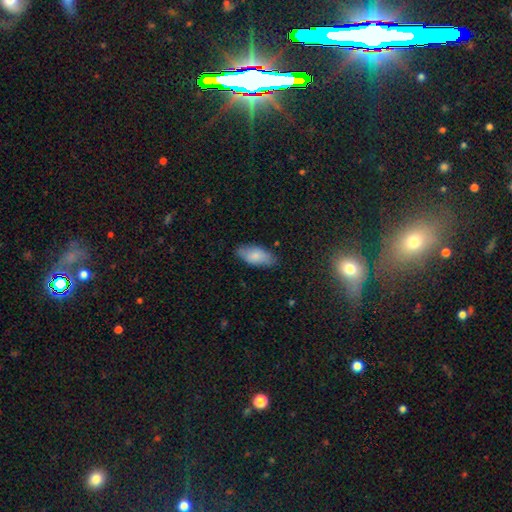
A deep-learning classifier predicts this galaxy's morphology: Smooth or featured?
  - smooth: 81% *
  - featured or disk: 12%
  - star or artifact: 6%
How rounded?
  - in between: 90% *
  - cigar-shaped: 8%
  - round: 2%
Merging?
  - none: 79% *
  - minor disturbance: 17%
  - major disturbance: 3%
  - merger: 1%